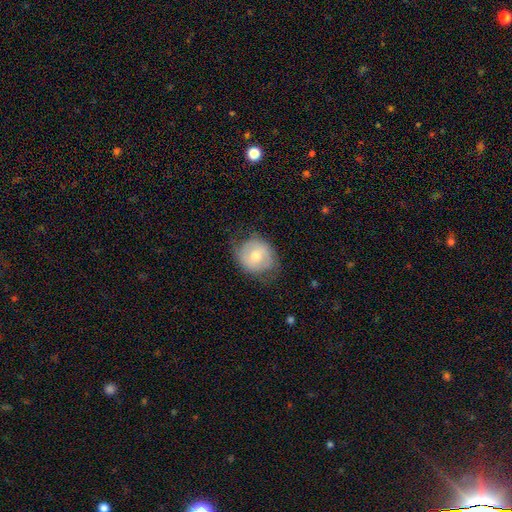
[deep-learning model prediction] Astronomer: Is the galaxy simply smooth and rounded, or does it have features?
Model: smooth — 57% (runner-up: featured or disk, 36%).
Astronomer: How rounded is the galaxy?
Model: round — 75%.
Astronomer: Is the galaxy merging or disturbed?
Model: none — 69%.